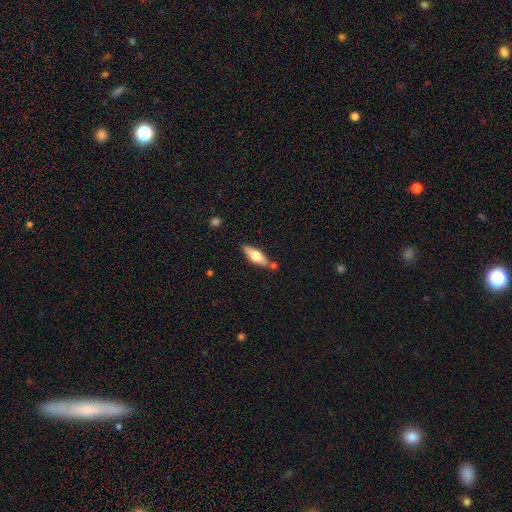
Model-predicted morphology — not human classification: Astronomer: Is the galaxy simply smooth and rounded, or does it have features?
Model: smooth — 54% (runner-up: featured or disk, 41%).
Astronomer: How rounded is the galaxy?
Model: in between — 51% (runner-up: cigar-shaped, 46%).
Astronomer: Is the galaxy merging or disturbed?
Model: none — 77%.